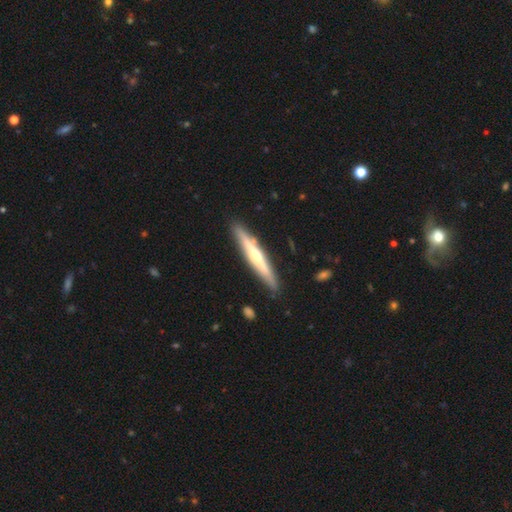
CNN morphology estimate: A featured or disk galaxy (59%) viewed edge-on (96%) with a rounded central bulge (60%).

Vote fractions:
- Smooth or featured? featured or disk: 59% / smooth: 36% / star or artifact: 5%
- Edge-on disk? yes: 96% / no: 4%
- Edge-on bulge? rounded: 60% / none: 29% / boxy: 11%
- Merging? none: 88% / minor disturbance: 9% / merger: 2% / major disturbance: 2%